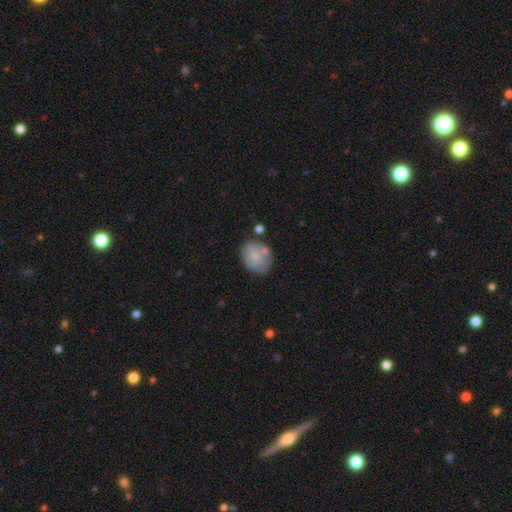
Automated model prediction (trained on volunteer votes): This is likely a smooth galaxy (76%). How rounded: possibly round (53%). Merging: likely none (64%).